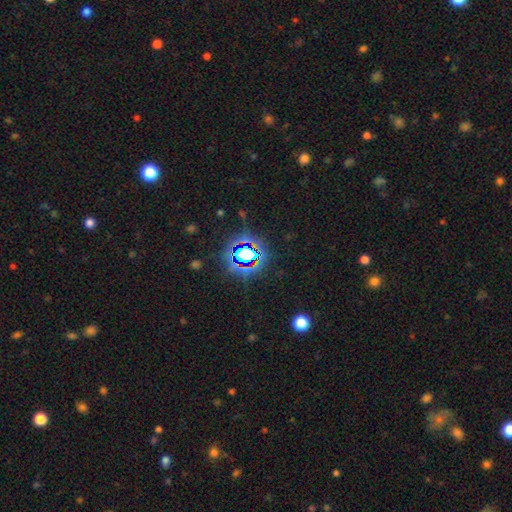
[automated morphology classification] Smooth or featured? Predicted: star or artifact (p=0.79).